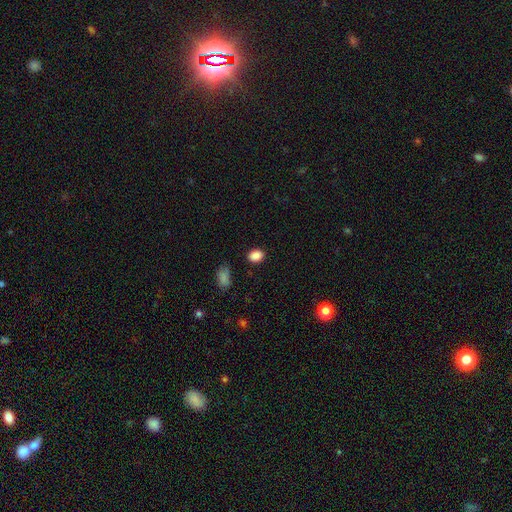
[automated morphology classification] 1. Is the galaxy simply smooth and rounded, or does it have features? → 88% smooth, 9% star or artifact, 3% featured or disk.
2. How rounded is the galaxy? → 65% in between, 34% round, 1% cigar-shaped.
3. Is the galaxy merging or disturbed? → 84% none, 11% minor disturbance, 3% major disturbance, 2% merger.